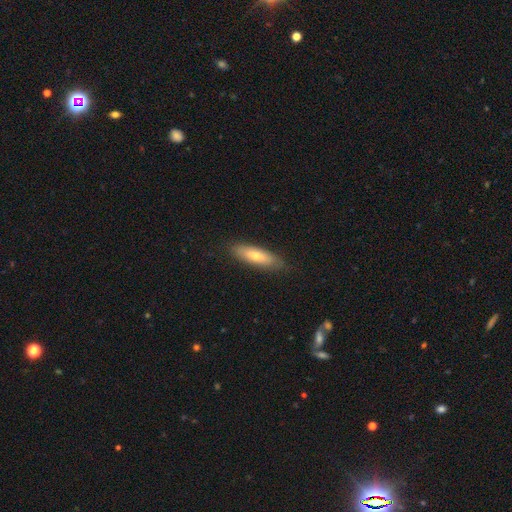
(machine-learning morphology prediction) Smooth or featured? Predicted: smooth (p=0.64). How rounded? Predicted: cigar-shaped (p=0.58). Merging? Predicted: none (p=0.86).